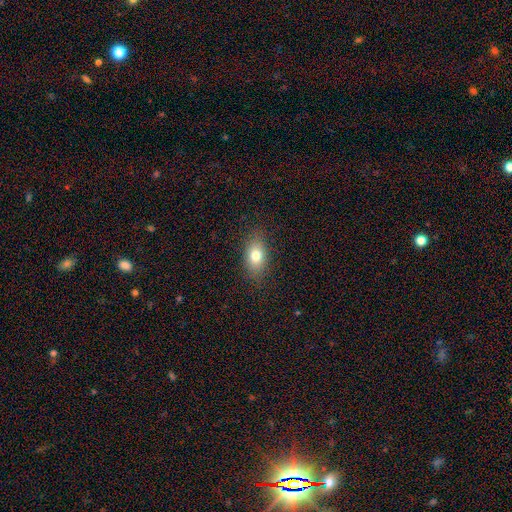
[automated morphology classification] Q: Smooth or featured?
A: smooth (76%); runner-up: featured or disk (14%)
Q: How rounded?
A: in between (83%); runner-up: round (13%)
Q: Merging?
A: none (85%); runner-up: minor disturbance (11%)